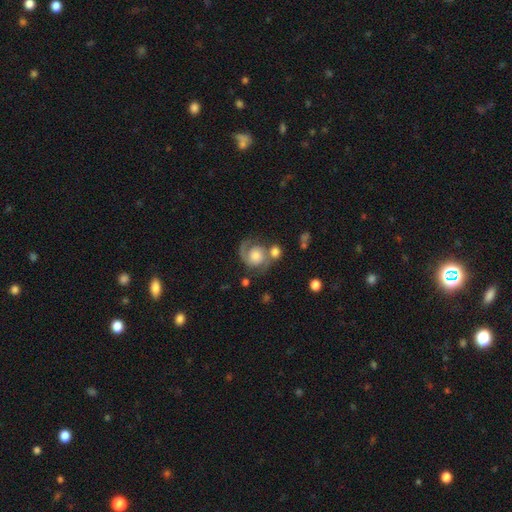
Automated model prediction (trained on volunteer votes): Smooth or featured? featured or disk (79%)
Edge-on disk? no (98%)
Bar? no (73%)
Spiral arms? yes (95%)
Spiral winding? medium (46%)
Spiral arm count? 2 (67%)
Bulge size? moderate (40%)
Merging? none (51%)